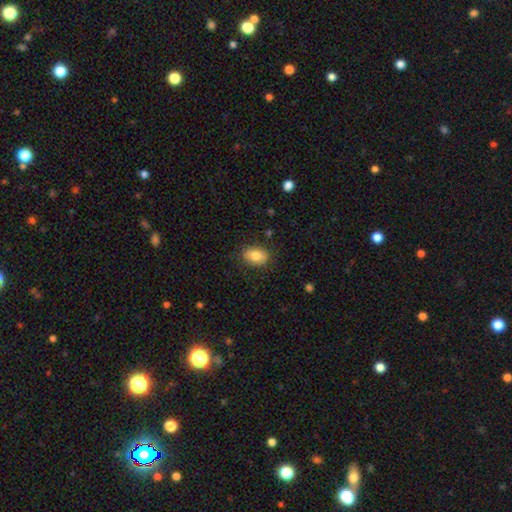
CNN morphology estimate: This is clearly a smooth galaxy (80%). How rounded: clearly in between (81%). Merging: clearly none (84%).